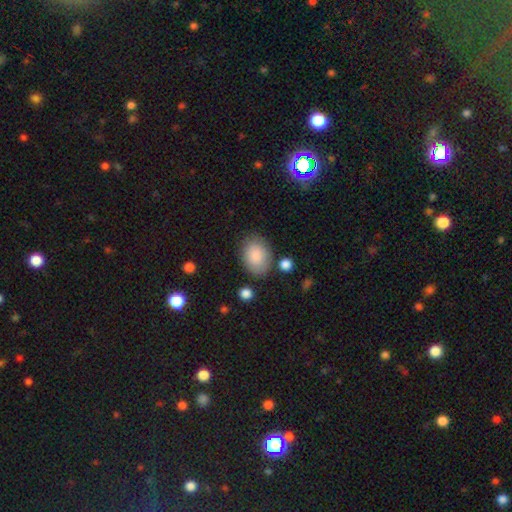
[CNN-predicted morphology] Q: Smooth or featured?
A: smooth (87%); runner-up: star or artifact (7%)
Q: How rounded?
A: in between (81%); runner-up: round (18%)
Q: Merging?
A: none (78%); runner-up: minor disturbance (14%)